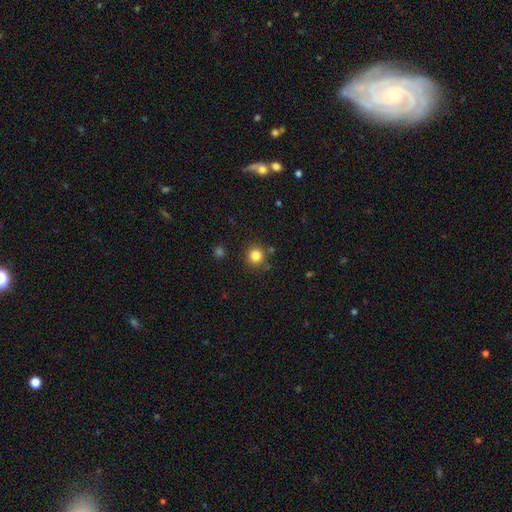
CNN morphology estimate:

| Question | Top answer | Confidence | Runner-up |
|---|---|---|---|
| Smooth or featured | smooth | 83% | star or artifact (12%) |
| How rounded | round | 92% | in between (7%) |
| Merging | none | 82% | minor disturbance (10%) |